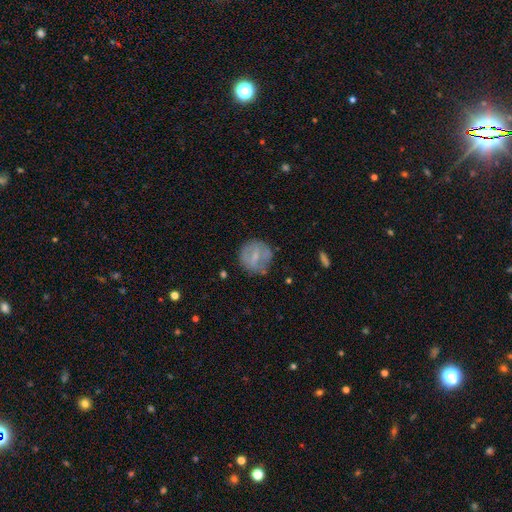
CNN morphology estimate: Smooth or featured?
  - smooth: 52% *
  - featured or disk: 39%
  - star or artifact: 8%
How rounded?
  - round: 87% *
  - in between: 12%
  - cigar-shaped: 1%
Merging?
  - none: 71% *
  - minor disturbance: 19%
  - major disturbance: 7%
  - merger: 2%